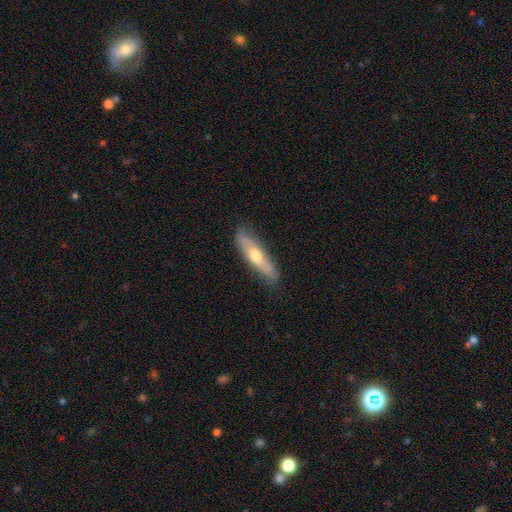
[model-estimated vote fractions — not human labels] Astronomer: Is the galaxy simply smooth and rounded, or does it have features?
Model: smooth — 50% (runner-up: featured or disk, 44%).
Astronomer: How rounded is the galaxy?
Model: cigar-shaped — 72%.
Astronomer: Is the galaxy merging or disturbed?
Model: none — 82%.